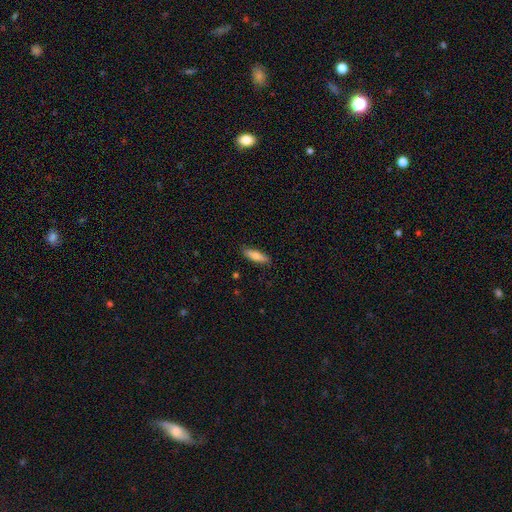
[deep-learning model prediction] This is likely a smooth galaxy (72%). How rounded: possibly cigar-shaped (56%). Merging: clearly none (87%).